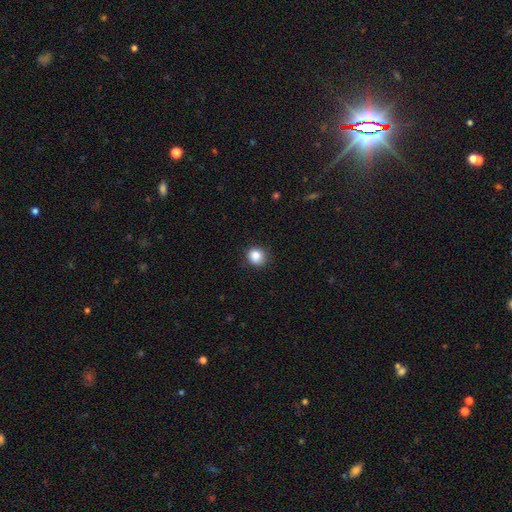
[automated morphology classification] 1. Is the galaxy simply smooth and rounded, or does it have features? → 86% smooth, 10% star or artifact, 4% featured or disk.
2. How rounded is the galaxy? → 85% round, 14% in between, 1% cigar-shaped.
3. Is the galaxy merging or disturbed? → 86% none, 10% minor disturbance, 2% major disturbance, 1% merger.